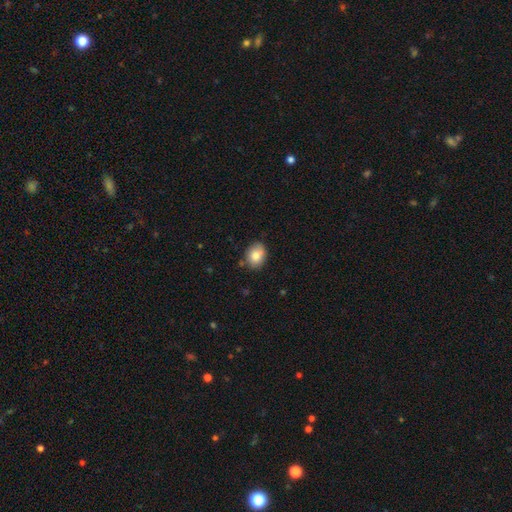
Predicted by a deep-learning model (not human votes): Smooth or featured: smooth — 81% (featured or disk — 11%)
How rounded: in between — 60% (round — 39%)
Merging: none — 79% (minor disturbance — 16%)